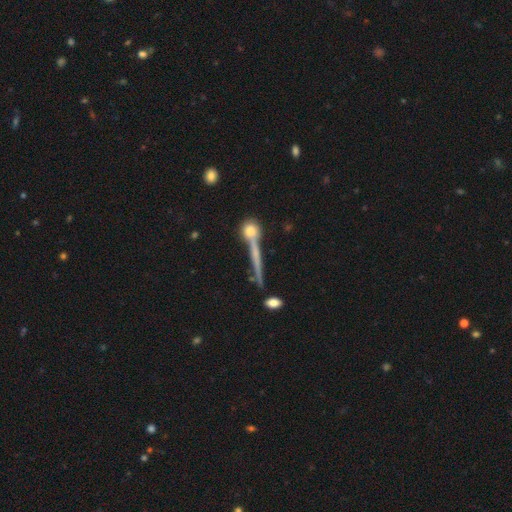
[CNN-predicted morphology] type=featured or disk (49%); merging=none (67%).